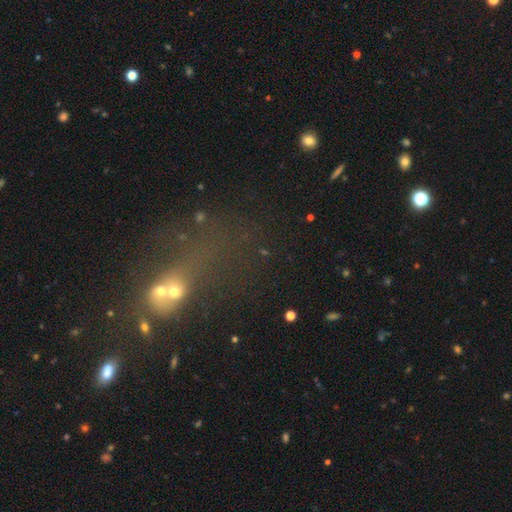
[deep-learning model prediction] Overall: star or artifact (45%; smooth 33%).